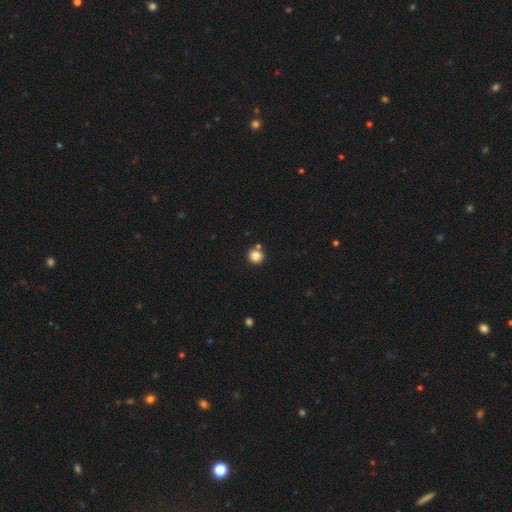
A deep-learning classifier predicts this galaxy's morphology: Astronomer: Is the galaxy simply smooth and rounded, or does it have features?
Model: smooth — 84%.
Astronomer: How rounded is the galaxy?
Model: round — 92%.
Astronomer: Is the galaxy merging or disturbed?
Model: none — 79%.